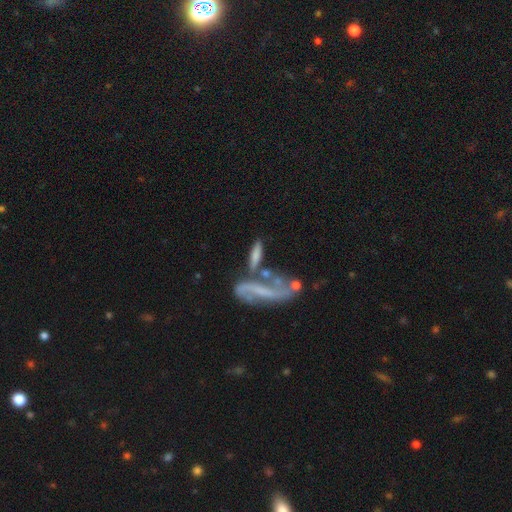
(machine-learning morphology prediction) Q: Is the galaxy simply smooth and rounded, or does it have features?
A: smooth — 53%.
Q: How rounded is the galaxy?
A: cigar-shaped — 66%.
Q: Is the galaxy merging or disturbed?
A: none — 39%.